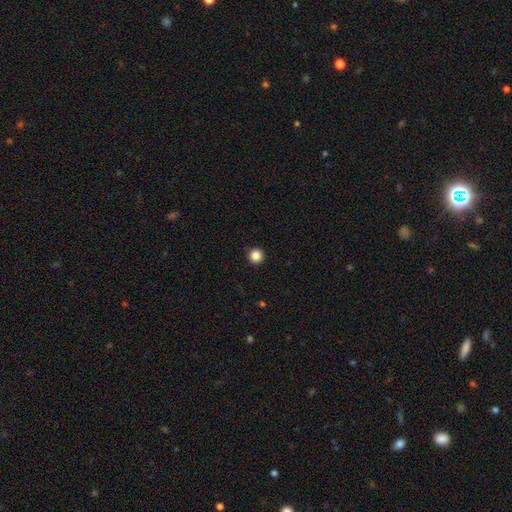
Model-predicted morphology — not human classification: This appears to be a smooth galaxy with no disk features (86%) that is round (97%). Merging: none (94%).